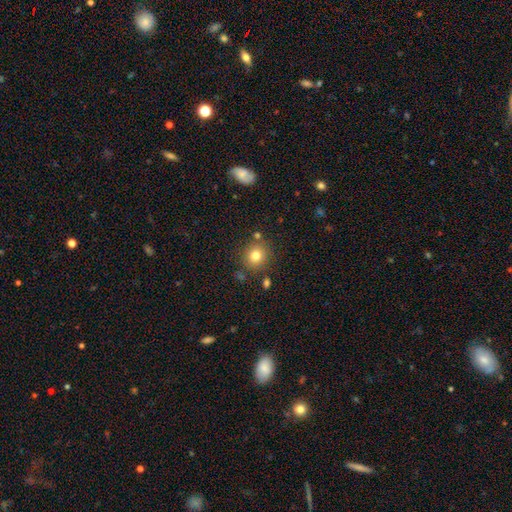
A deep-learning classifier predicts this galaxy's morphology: Smooth or featured? smooth (80%)
How rounded? round (86%)
Merging? none (82%)